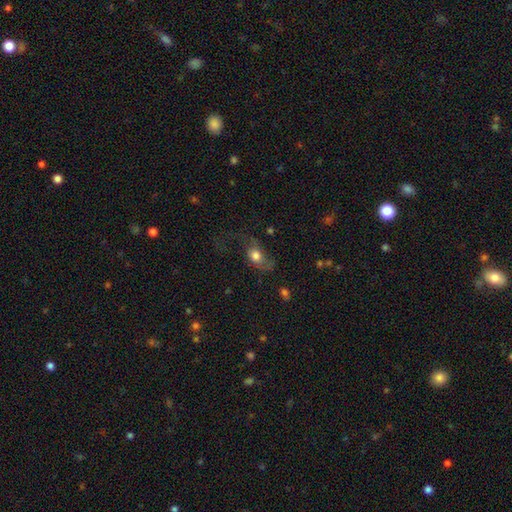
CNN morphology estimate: A smooth galaxy with no disk features (63%) that is in between round and cigar-shaped (69%). Merging: major disturbance (42%).